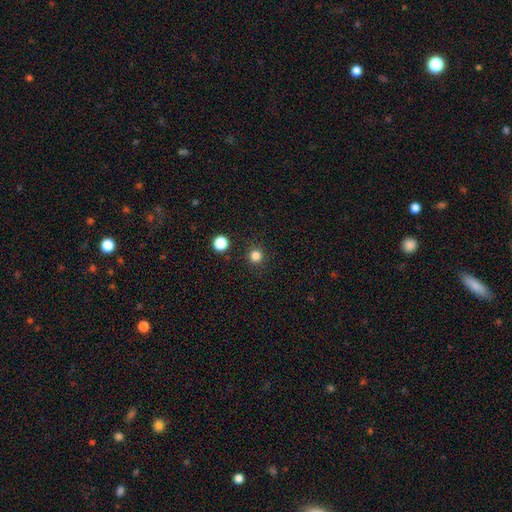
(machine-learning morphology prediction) Overall: smooth (82%). How rounded: round (95%). Merging: none (90%).